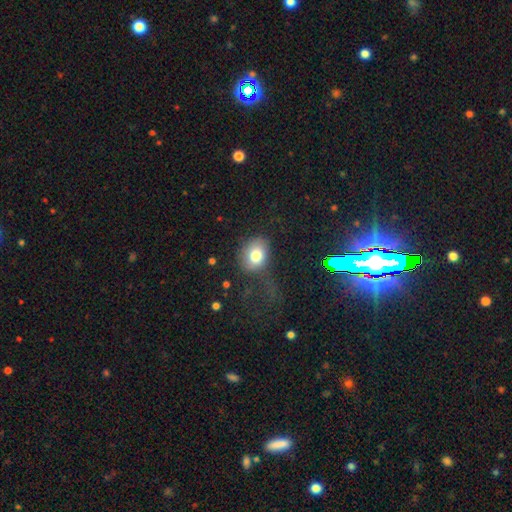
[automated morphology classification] A smooth galaxy with no disk features (77%) that is in between round and cigar-shaped (53%).

Vote fractions:
- Smooth or featured? smooth: 77% / featured or disk: 12% / star or artifact: 11%
- How rounded? in between: 53% / round: 46% / cigar-shaped: 1%
- Merging? none: 53% / major disturbance: 23% / minor disturbance: 22% / merger: 2%